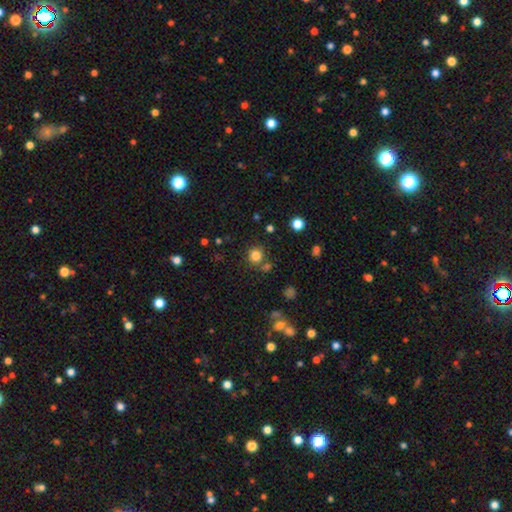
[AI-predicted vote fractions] smooth-or-featured: smooth: 80% | star or artifact: 14% | featured or disk: 6%
  how-rounded: round: 90% | in between: 9% | cigar-shaped: 1%
  merging: none: 74% | merger: 13% | minor disturbance: 10% | major disturbance: 4%